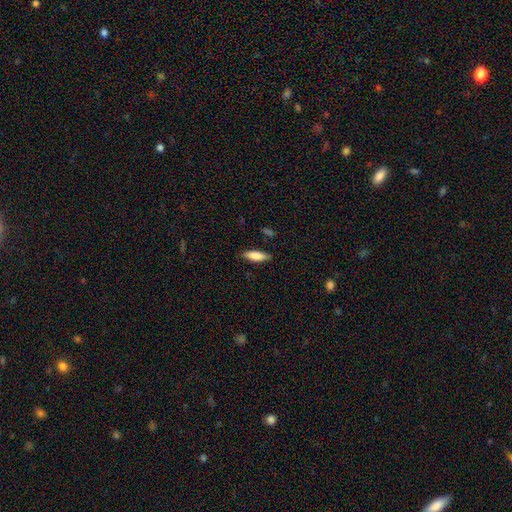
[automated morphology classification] type=smooth (79%); roundness=in between (53%); merging=none (81%).